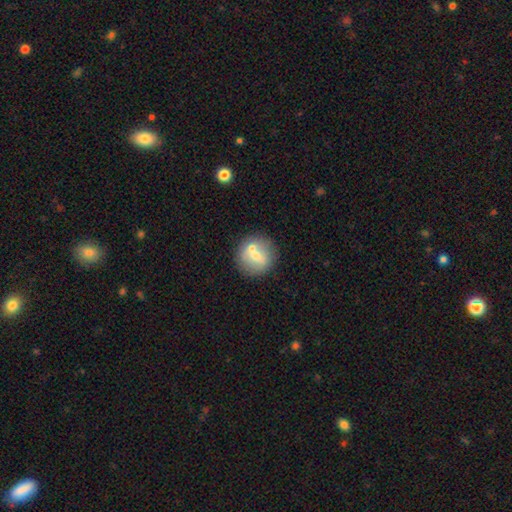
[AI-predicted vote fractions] Q: Smooth or featured?
A: smooth (62%); runner-up: featured or disk (29%)
Q: How rounded?
A: round (92%); runner-up: in between (7%)
Q: Merging?
A: none (63%); runner-up: merger (22%)